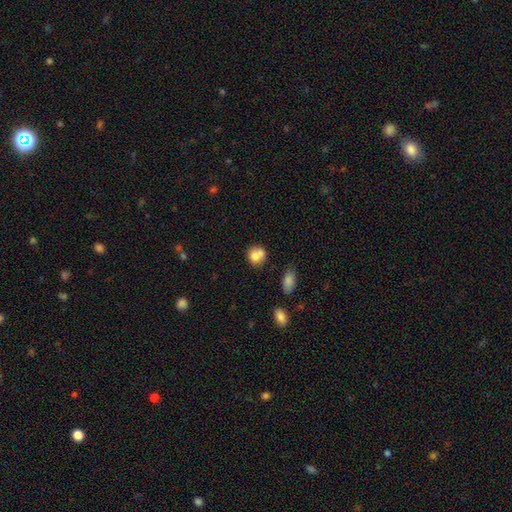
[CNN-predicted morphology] Overall: smooth (76%). How rounded: round (77%). Merging: none (47%; merger 30%).